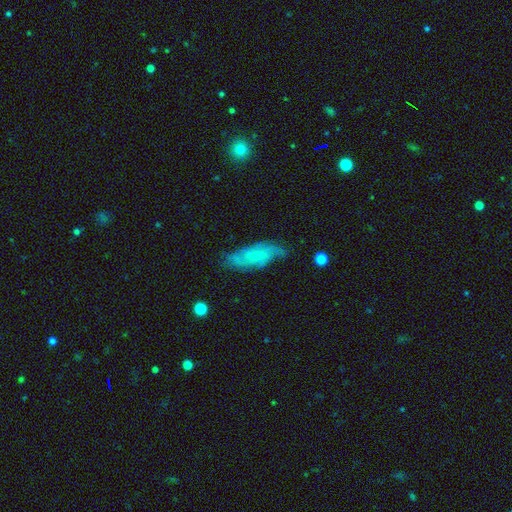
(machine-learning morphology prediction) Overall: featured or disk (57%; smooth 36%). Edge-on disk: no (85%). Merging: none (66%).